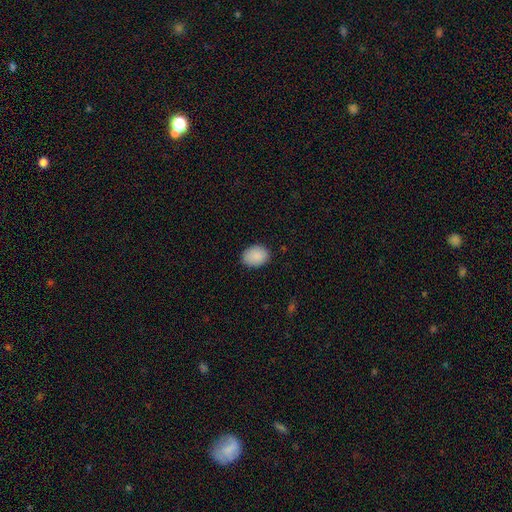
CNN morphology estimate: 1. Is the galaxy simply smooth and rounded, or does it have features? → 90% smooth, 7% star or artifact, 3% featured or disk.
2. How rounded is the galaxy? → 71% in between, 28% round, 1% cigar-shaped.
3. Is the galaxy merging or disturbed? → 86% none, 10% minor disturbance, 2% major disturbance, 1% merger.